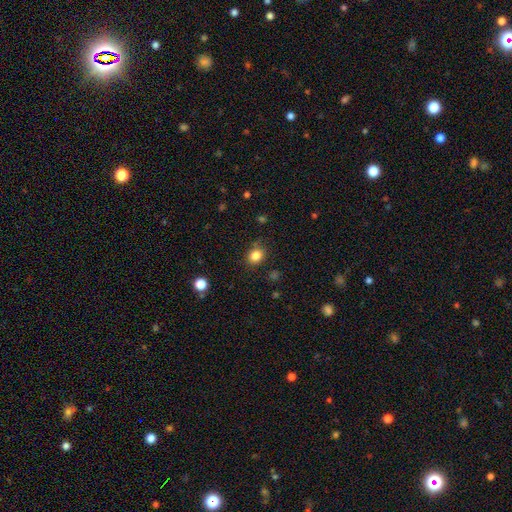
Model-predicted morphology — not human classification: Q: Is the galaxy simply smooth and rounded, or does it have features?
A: smooth — 83%.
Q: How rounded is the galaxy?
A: round — 61%.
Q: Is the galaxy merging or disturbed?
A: none — 82%.